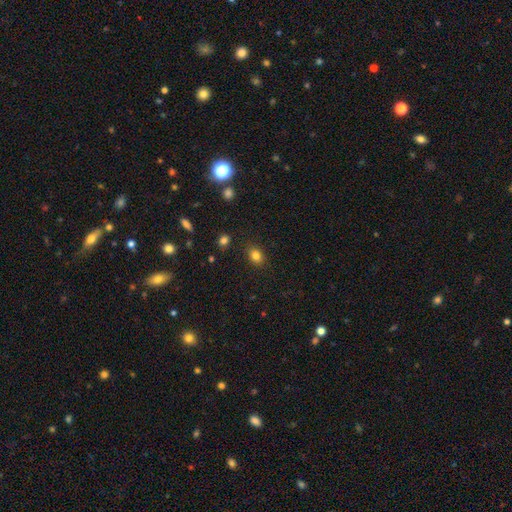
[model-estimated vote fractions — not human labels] A smooth galaxy with no disk features (82%) that is in between round and cigar-shaped (58%). Merging: none (86%).